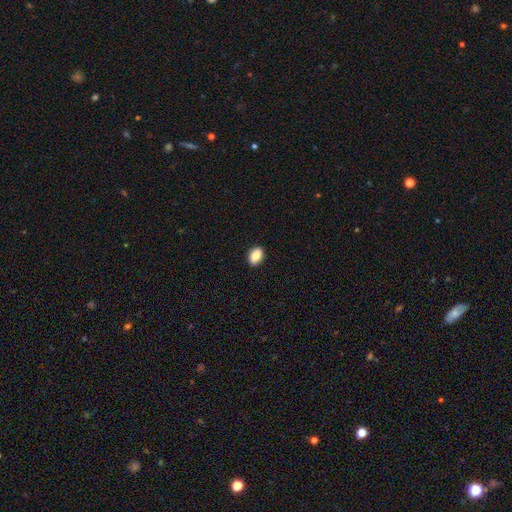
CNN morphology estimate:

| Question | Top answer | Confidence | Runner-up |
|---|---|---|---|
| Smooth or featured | smooth | 85% | star or artifact (8%) |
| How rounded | in between | 87% | round (12%) |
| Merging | none | 91% | minor disturbance (7%) |